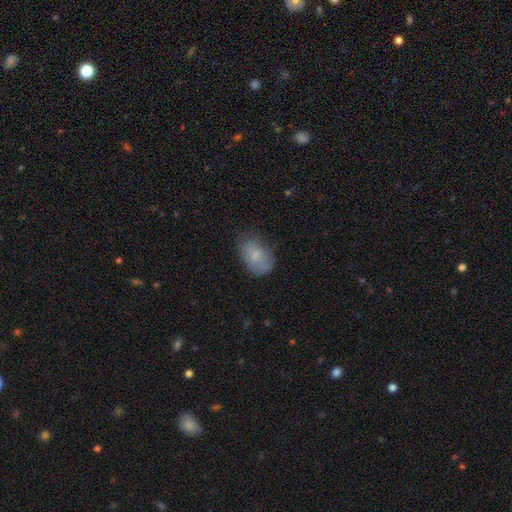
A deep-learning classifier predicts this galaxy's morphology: Smooth or featured? smooth (78%)
How rounded? in between (87%)
Merging? none (65%)